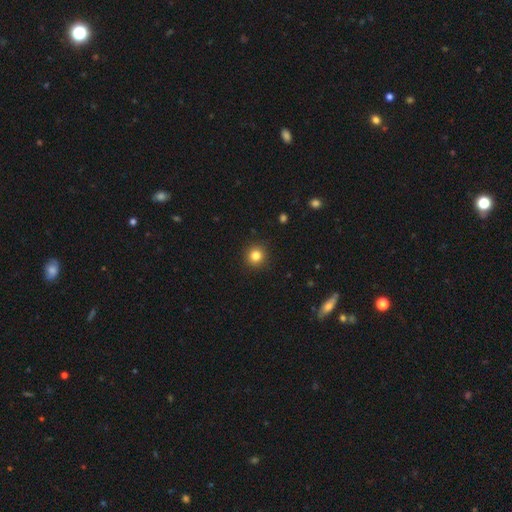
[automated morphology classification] smooth_or_featured: smooth (p=0.83) [alt: star or artifact p=0.12]
how_rounded: round (p=0.94) [alt: in between p=0.05]
merging: none (p=0.92) [alt: minor disturbance p=0.05]